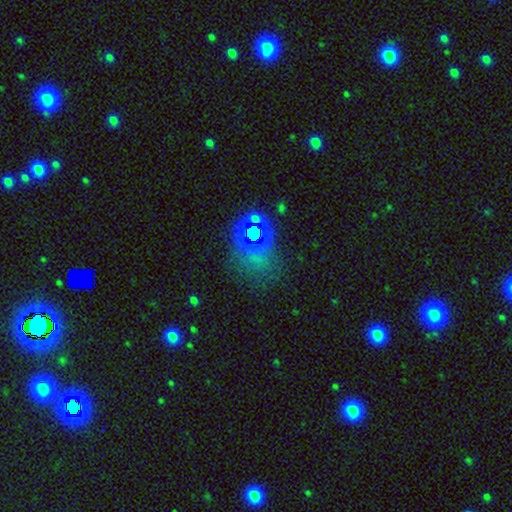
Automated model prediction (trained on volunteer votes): Smooth or featured: star or artifact — 50% (smooth — 35%)